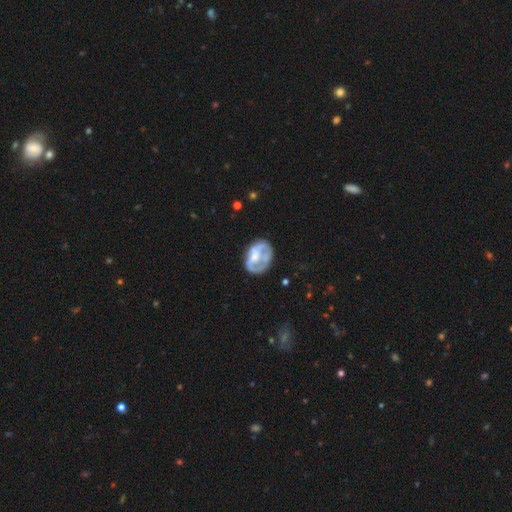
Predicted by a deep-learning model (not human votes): Smooth or featured? Predicted: featured or disk (p=0.56). Edge-on disk? Predicted: no (p=0.97). Bar? Predicted: no (p=0.69). Spiral arms? Predicted: no (p=0.66). Bulge size? Predicted: moderate (p=0.40). Merging? Predicted: none (p=0.44).